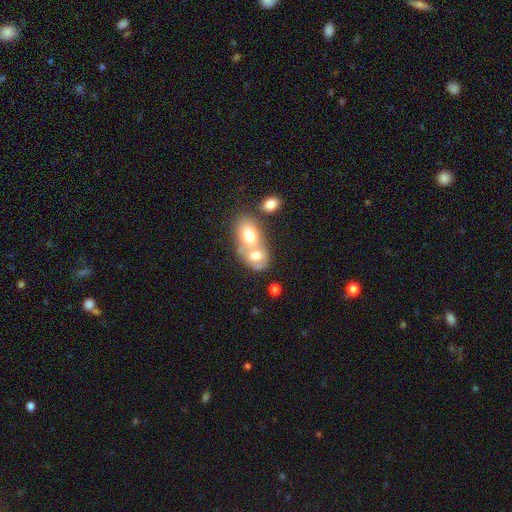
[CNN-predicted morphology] This appears to be a smooth galaxy with no disk features (67%) that is in between round and cigar-shaped (69%). Merging: merger (70%).